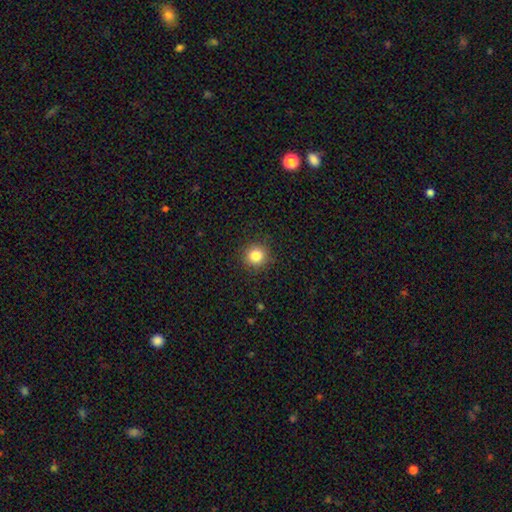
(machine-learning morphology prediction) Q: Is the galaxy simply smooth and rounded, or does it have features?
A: smooth — 83%.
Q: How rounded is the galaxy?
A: round — 93%.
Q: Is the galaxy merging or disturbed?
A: none — 90%.